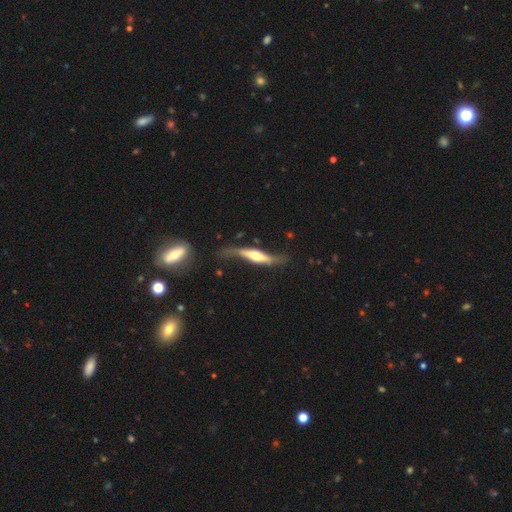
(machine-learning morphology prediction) A featured or disk galaxy (65%) viewed edge-on (75%).

Vote fractions:
- Smooth or featured? featured or disk: 65% / smooth: 30% / star or artifact: 5%
- Edge-on disk? yes: 75% / no: 25%
- Merging? none: 44% / minor disturbance: 29% / major disturbance: 23% / merger: 5%